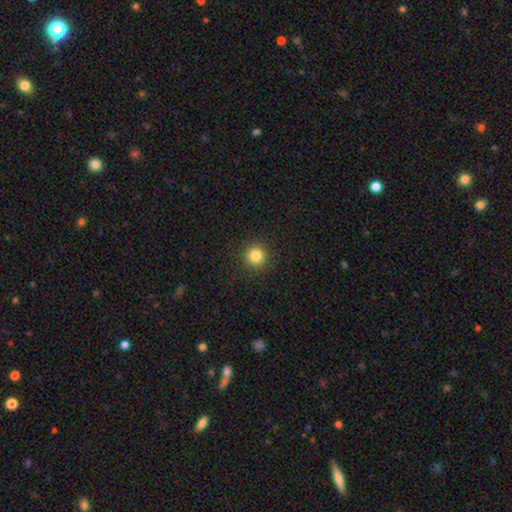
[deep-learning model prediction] Q: Smooth or featured?
A: smooth (83%); runner-up: star or artifact (12%)
Q: How rounded?
A: round (95%); runner-up: in between (4%)
Q: Merging?
A: none (92%); runner-up: minor disturbance (5%)